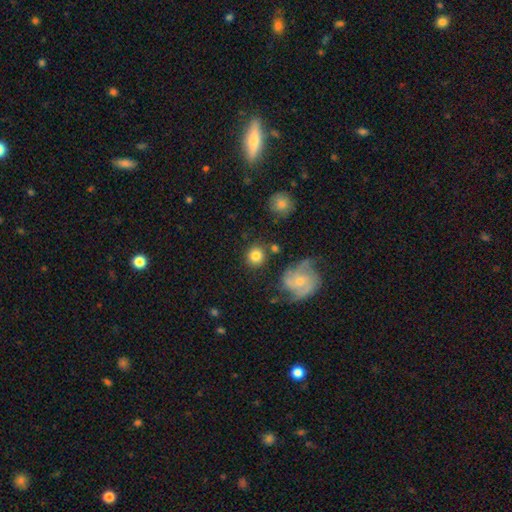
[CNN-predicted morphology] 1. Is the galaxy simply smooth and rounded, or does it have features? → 80% smooth, 12% featured or disk, 8% star or artifact.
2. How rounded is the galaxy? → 89% round, 10% in between, 1% cigar-shaped.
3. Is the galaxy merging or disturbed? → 81% none, 10% minor disturbance, 5% merger, 4% major disturbance.